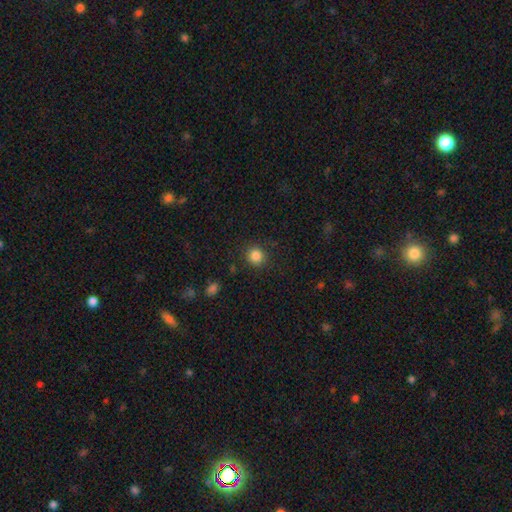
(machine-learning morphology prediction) Smooth or featured: smooth — 85% (star or artifact — 11%)
How rounded: round — 88% (in between — 11%)
Merging: none — 88% (minor disturbance — 7%)